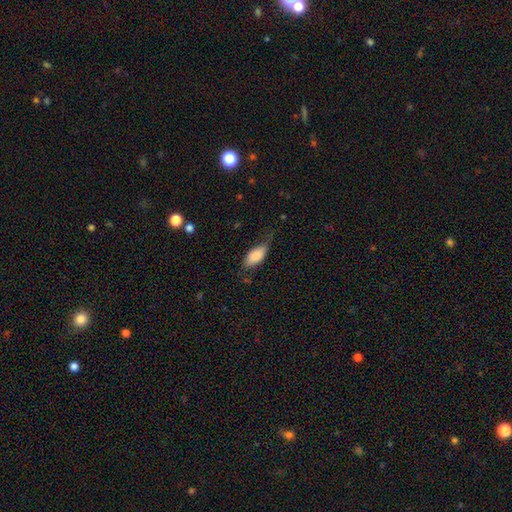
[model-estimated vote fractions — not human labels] A smooth galaxy with no disk features (83%) that is in between round and cigar-shaped (89%). Merging: none (50%).